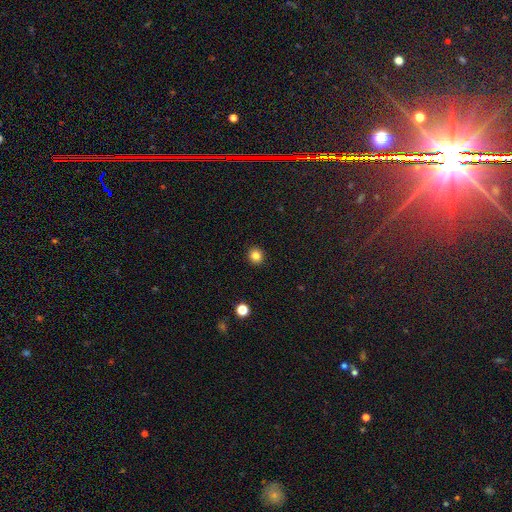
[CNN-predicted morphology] Overall: smooth (83%). How rounded: round (88%). Merging: none (93%).